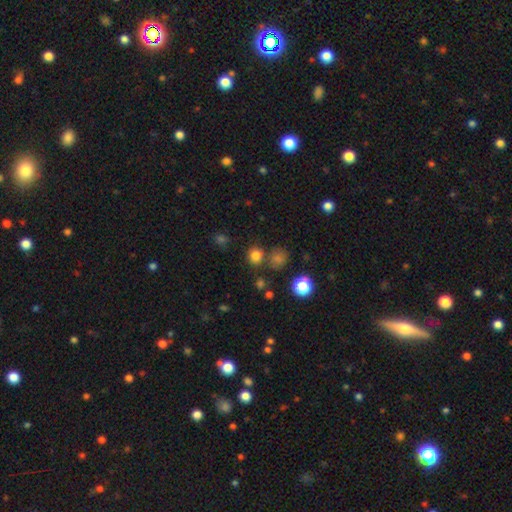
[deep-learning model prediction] A smooth galaxy with no disk features (77%) that is round (86%).

Vote fractions:
- Smooth or featured? smooth: 77% / star or artifact: 17% / featured or disk: 5%
- How rounded? round: 86% / in between: 13% / cigar-shaped: 1%
- Merging? none: 74% / merger: 14% / minor disturbance: 8% / major disturbance: 3%